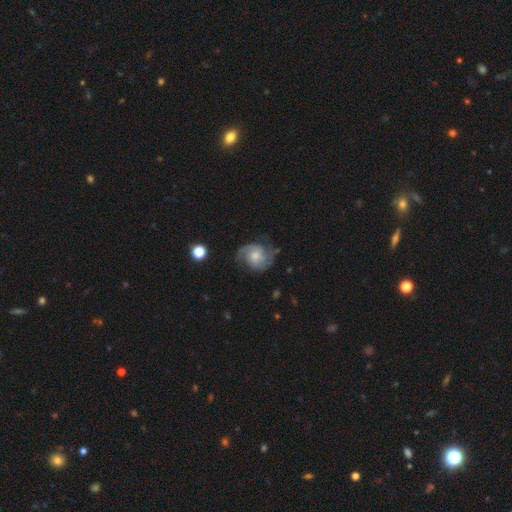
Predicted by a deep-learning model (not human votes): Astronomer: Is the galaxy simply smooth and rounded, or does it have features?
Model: featured or disk — 82%.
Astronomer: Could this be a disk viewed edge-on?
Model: no — 98%.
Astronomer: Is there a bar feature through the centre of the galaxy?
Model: no — 64%.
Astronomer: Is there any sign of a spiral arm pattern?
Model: yes — 96%.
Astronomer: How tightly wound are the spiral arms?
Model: medium — 50% (runner-up: tight, 32%).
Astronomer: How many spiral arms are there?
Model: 2 — 83%.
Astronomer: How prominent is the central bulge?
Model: moderate — 46% (runner-up: small, 31%).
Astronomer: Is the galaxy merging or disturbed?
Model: none — 72%.